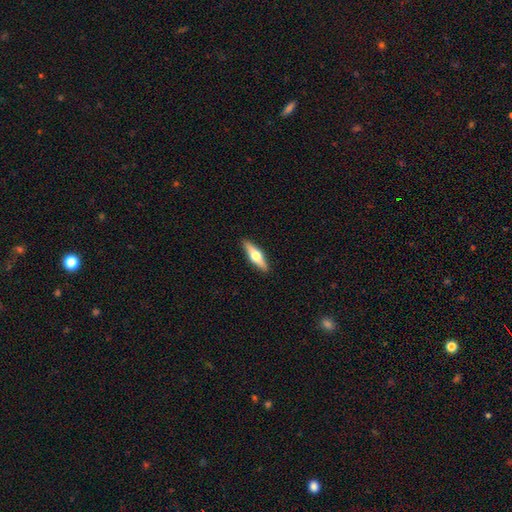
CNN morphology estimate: The model was most divided on "smooth or featured": featured or disk: 53%, smooth: 41%, star or artifact: 5%. More confident: edge-on bulge — rounded (95%); edge-on disk — yes (94%); merging — none (91%).